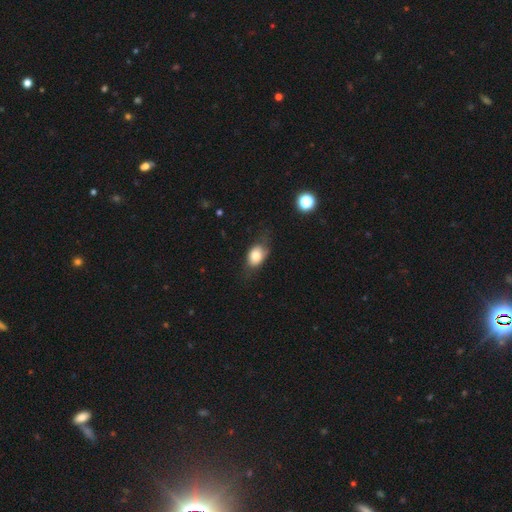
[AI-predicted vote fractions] A smooth galaxy with no disk features (74%) that is in between round and cigar-shaped (75%).

Vote fractions:
- Smooth or featured? smooth: 74% / featured or disk: 17% / star or artifact: 9%
- How rounded? in between: 75% / round: 23% / cigar-shaped: 2%
- Merging? none: 58% / minor disturbance: 28% / major disturbance: 13% / merger: 2%